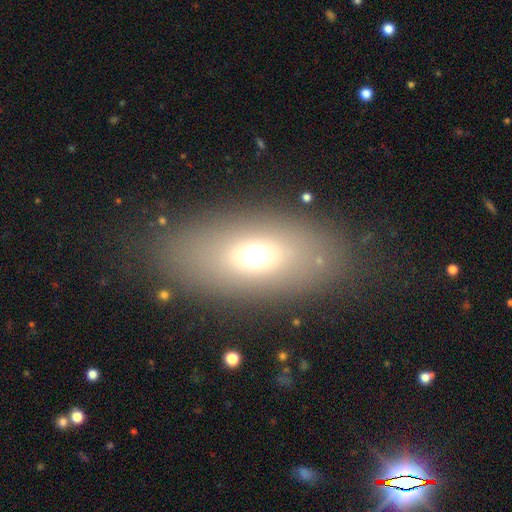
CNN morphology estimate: The model was most divided on "smooth or featured": smooth: 61%, featured or disk: 24%, star or artifact: 15%. More confident: merging — none (83%); how rounded — in between (82%).